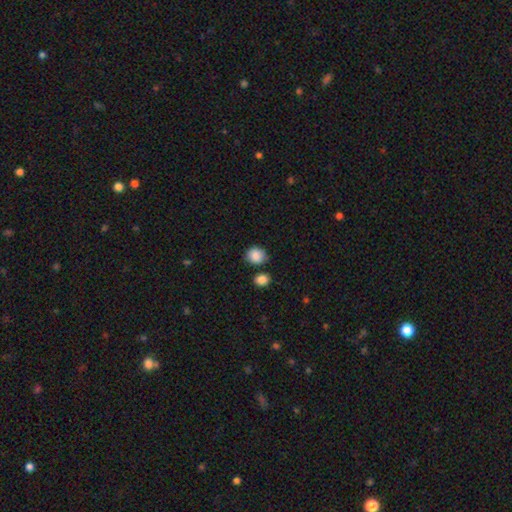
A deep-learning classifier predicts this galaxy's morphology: smooth_or_featured: smooth (p=0.88) [alt: star or artifact p=0.08]
how_rounded: round (p=0.71) [alt: in between p=0.28]
merging: none (p=0.73) [alt: minor disturbance p=0.15]